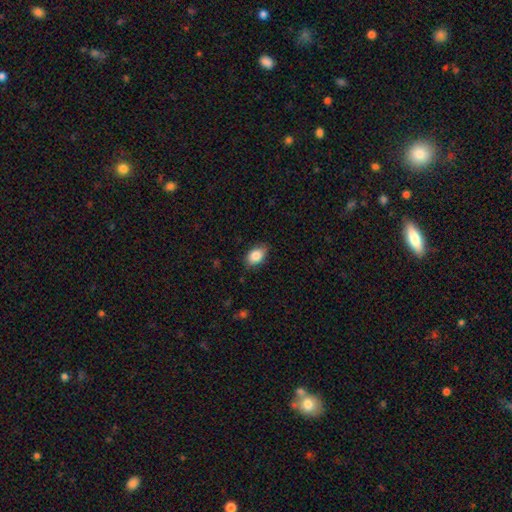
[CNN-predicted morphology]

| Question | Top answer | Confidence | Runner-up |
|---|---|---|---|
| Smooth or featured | smooth | 86% | star or artifact (7%) |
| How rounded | in between | 87% | round (11%) |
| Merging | none | 82% | minor disturbance (14%) |